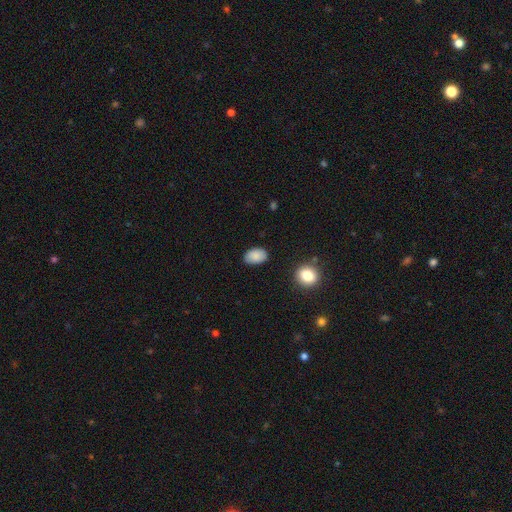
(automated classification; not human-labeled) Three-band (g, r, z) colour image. It shows a smooth galaxy with no disk features (87%) that is in between round and cigar-shaped (87%). Merging: none (83%).